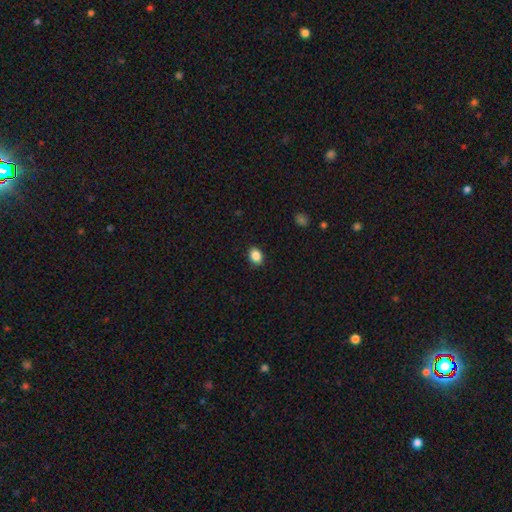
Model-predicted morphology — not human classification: smooth-or-featured: smooth: 87% | star or artifact: 9% | featured or disk: 4%
  how-rounded: in between: 64% | round: 35% | cigar-shaped: 1%
  merging: none: 89% | minor disturbance: 8% | major disturbance: 2% | merger: 1%